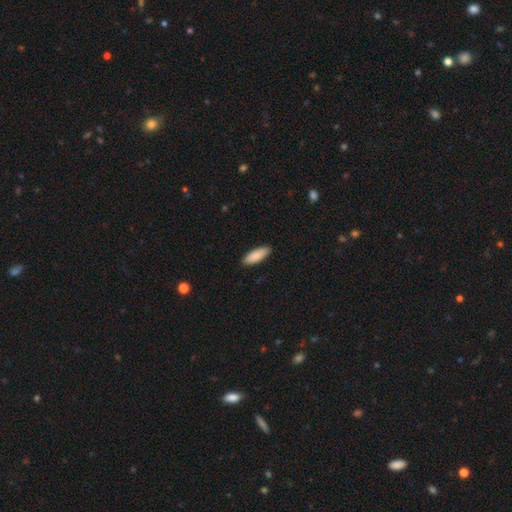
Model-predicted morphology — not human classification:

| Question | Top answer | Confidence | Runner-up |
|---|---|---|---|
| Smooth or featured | smooth | 89% | featured or disk (6%) |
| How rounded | in between | 61% | cigar-shaped (37%) |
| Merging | none | 89% | minor disturbance (8%) |